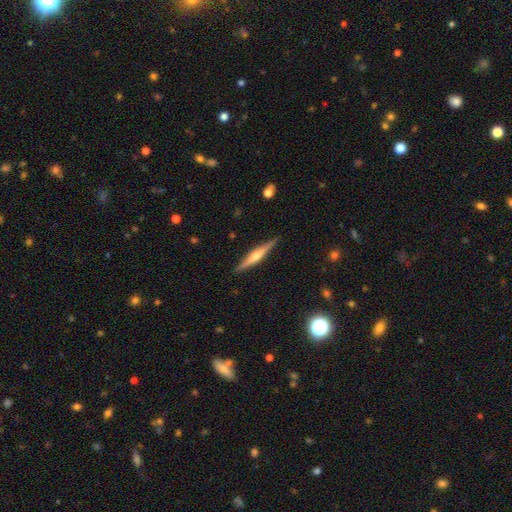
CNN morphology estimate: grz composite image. It shows a featured or disk galaxy (71%) viewed edge-on (98%) with a rounded central bulge (81%). Merging: none (90%).